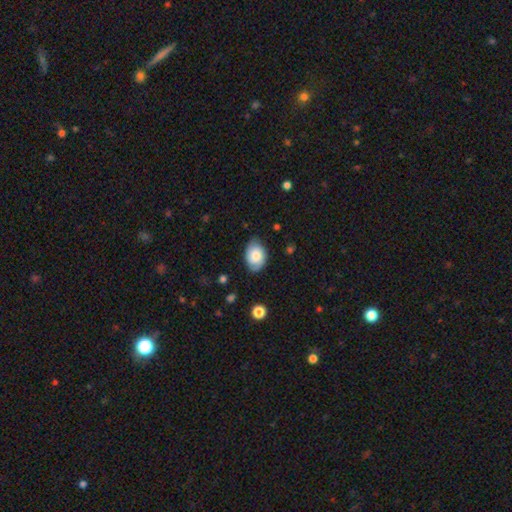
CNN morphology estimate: Smooth or featured? smooth (61%)
How rounded? in between (82%)
Merging? none (72%)